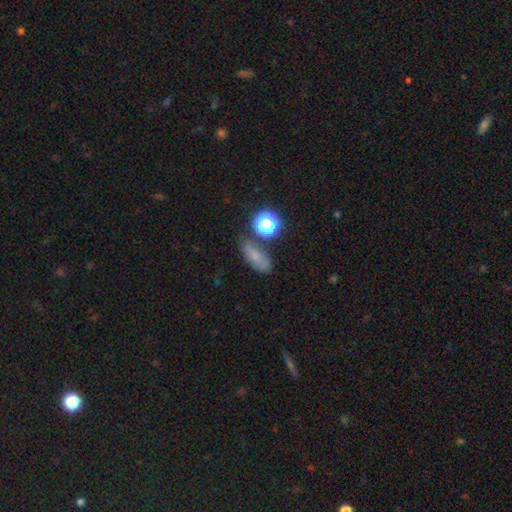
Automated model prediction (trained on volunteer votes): Smooth or featured: smooth — 66% (star or artifact — 19%)
How rounded: in between — 68% (round — 19%)
Merging: none — 64% (minor disturbance — 19%)